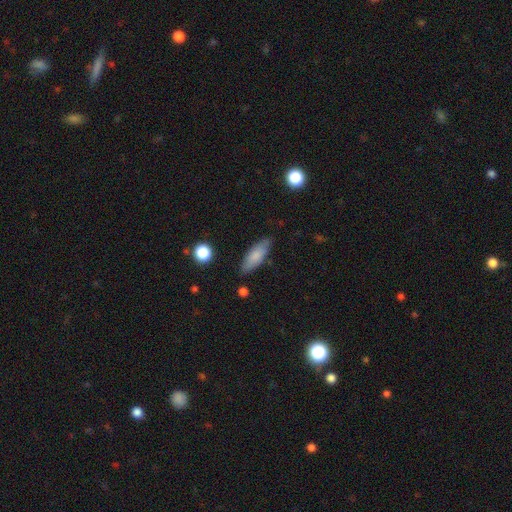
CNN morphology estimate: This is likely a smooth galaxy (79%). How rounded: likely in between (62%). Merging: clearly none (80%).